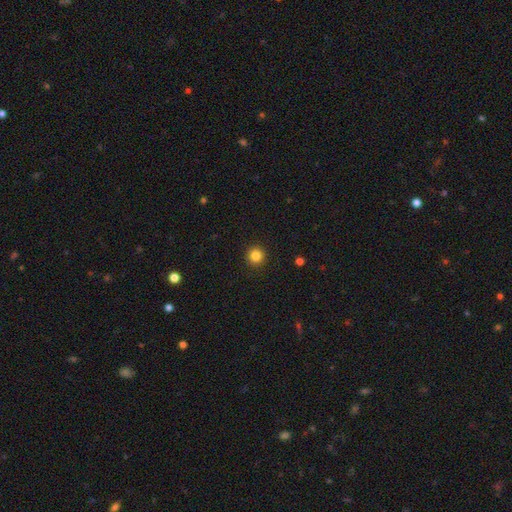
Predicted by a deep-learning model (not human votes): Smooth or featured?
  - smooth: 84% *
  - star or artifact: 11%
  - featured or disk: 4%
How rounded?
  - round: 95% *
  - in between: 4%
  - cigar-shaped: 1%
Merging?
  - none: 93% *
  - minor disturbance: 5%
  - major disturbance: 2%
  - merger: 1%